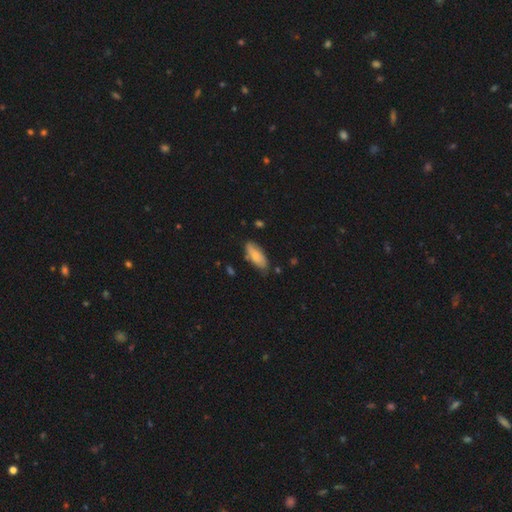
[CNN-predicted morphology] Smooth or featured: smooth — 79% (featured or disk — 15%)
How rounded: in between — 79% (cigar-shaped — 19%)
Merging: none — 71% (minor disturbance — 22%)